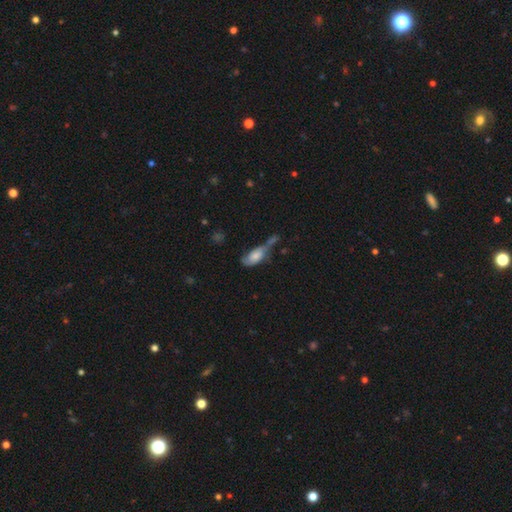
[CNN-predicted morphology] smooth 61%, featured or disk 31%, star or artifact 8%. Down the decision tree: how rounded — in between (86%); merging — merger (27%).